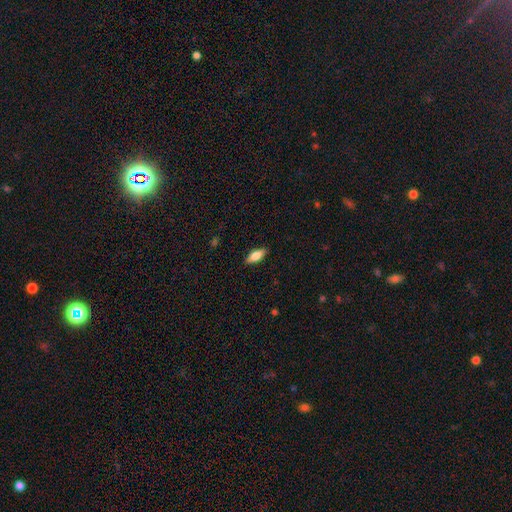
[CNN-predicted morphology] A smooth galaxy with no disk features (73%) that is in between round and cigar-shaped (76%). Merging: none (87%).